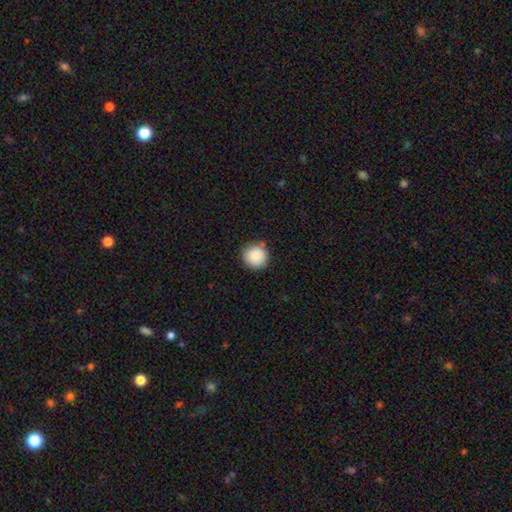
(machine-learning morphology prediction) Smooth or featured?
  - smooth: 88% *
  - star or artifact: 8%
  - featured or disk: 4%
How rounded?
  - round: 94% *
  - in between: 5%
  - cigar-shaped: 1%
Merging?
  - none: 86% *
  - minor disturbance: 10%
  - major disturbance: 2%
  - merger: 2%